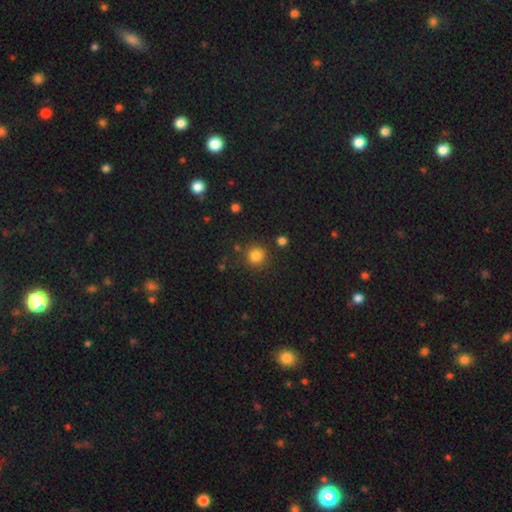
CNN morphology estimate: smooth 83%, star or artifact 12%, featured or disk 5%. Down the decision tree: how rounded — round (93%); merging — none (85%).